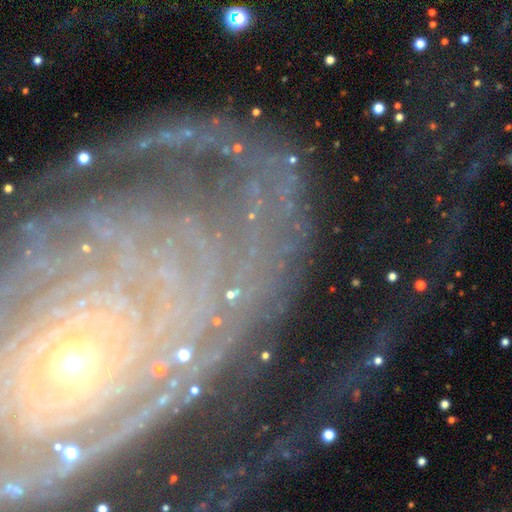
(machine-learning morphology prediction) featured or disk 62%, star or artifact 26%, smooth 12%. Down the decision tree: edge-on disk — no (89%); bar — no (59%); spiral arms — yes (87%); bulge size — small (54%); merging — none (67%).